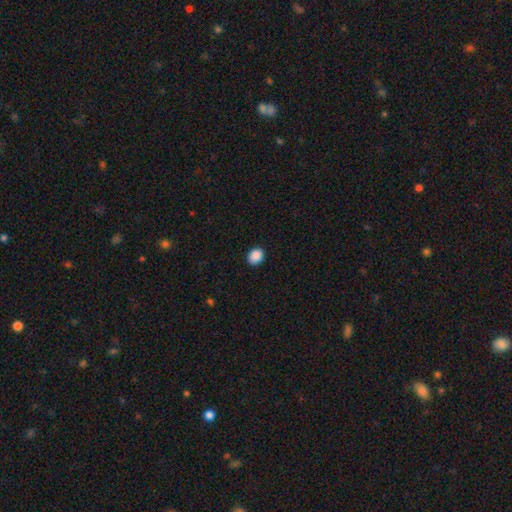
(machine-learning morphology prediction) A smooth galaxy with no disk features (90%) that is in between round and cigar-shaped (58%).

Vote fractions:
- Smooth or featured? smooth: 90% / star or artifact: 8% / featured or disk: 2%
- How rounded? in between: 58% / round: 41% / cigar-shaped: 1%
- Merging? none: 89% / minor disturbance: 8% / major disturbance: 2% / merger: 1%